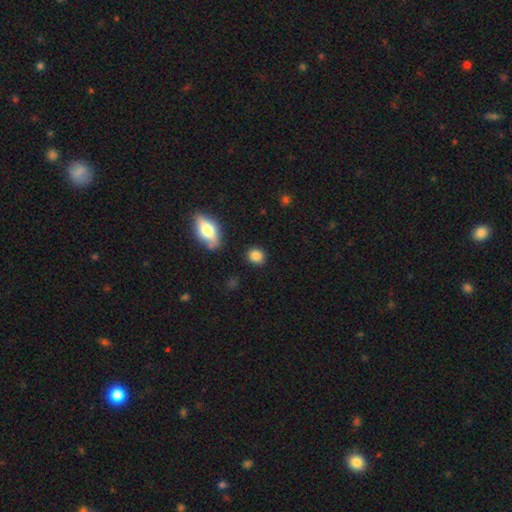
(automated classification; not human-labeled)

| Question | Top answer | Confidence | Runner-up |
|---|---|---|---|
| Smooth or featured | smooth | 84% | star or artifact (10%) |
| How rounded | round | 72% | in between (26%) |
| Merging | none | 84% | minor disturbance (11%) |